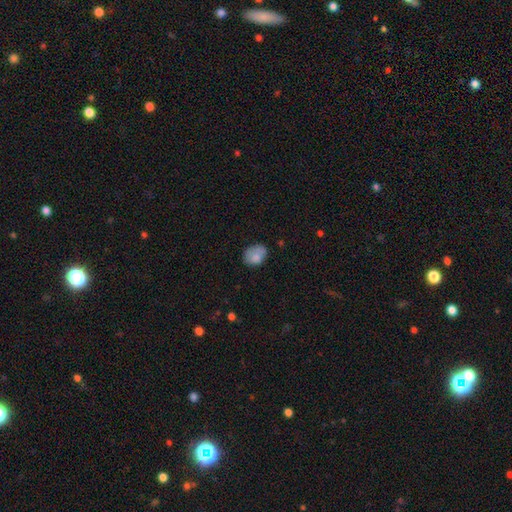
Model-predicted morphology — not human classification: Smooth or featured: smooth — 78% (featured or disk — 14%)
How rounded: in between — 64% (round — 35%)
Merging: none — 57% (minor disturbance — 30%)